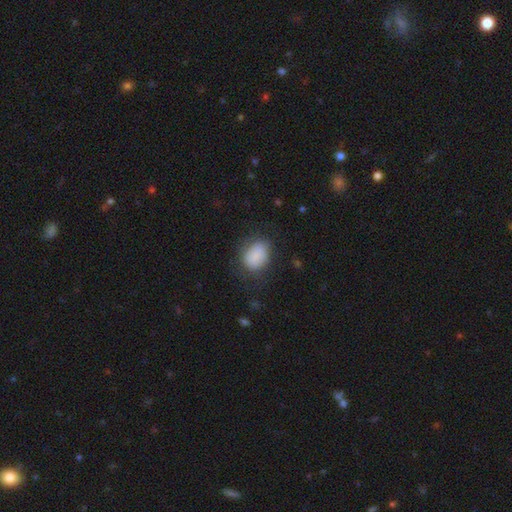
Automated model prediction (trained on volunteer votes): This is likely a smooth galaxy (79%). How rounded: likely in between (60%). Merging: likely none (67%).